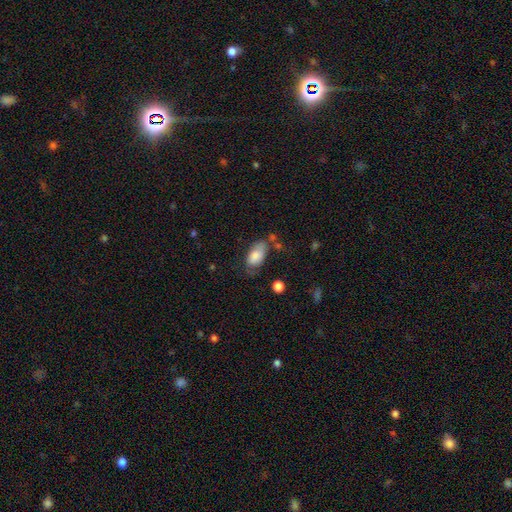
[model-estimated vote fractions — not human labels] smooth 78%, featured or disk 15%, star or artifact 7%. Down the decision tree: how rounded — in between (93%); merging — none (49%).